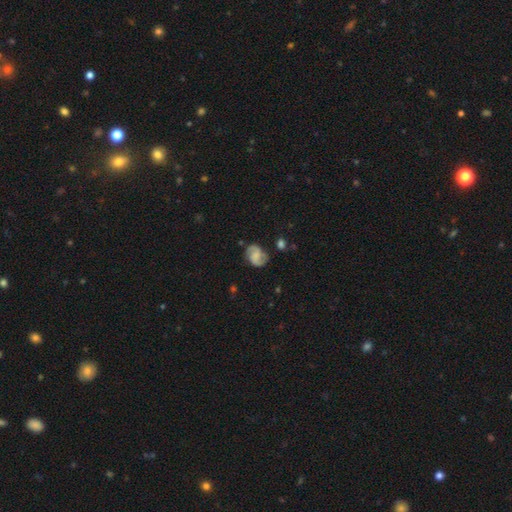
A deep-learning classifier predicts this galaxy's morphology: Smooth or featured: featured or disk — 71% (smooth — 22%)
Edge-on disk: no — 98% (yes — 2%)
Bar: no — 48% (weak — 41%)
Spiral arms: yes — 94% (no — 6%)
Spiral winding: medium — 49% (tight — 26%)
Spiral arm count: 2 — 89% (can't tell — 5%)
Bulge size: none — 45% (small — 24%)
Merging: none — 73% (minor disturbance — 18%)